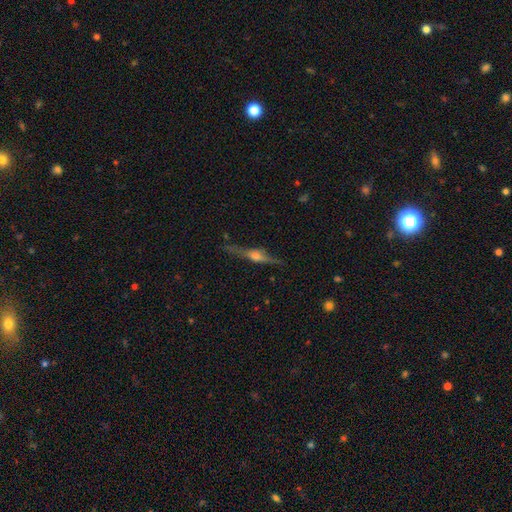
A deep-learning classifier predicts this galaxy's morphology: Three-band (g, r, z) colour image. It shows a featured or disk galaxy (76%) viewed edge-on (97%) with a rounded central bulge (88%). Merging: none (83%).